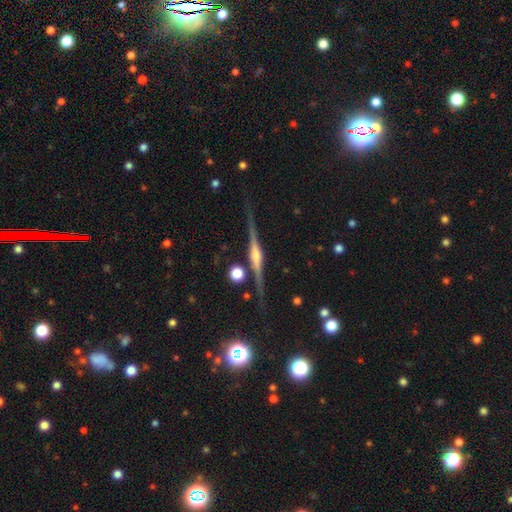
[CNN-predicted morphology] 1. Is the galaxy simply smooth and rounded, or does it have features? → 87% featured or disk, 8% smooth, 6% star or artifact.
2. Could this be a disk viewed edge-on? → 98% yes, 2% no.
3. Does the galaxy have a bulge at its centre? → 82% rounded, 14% boxy, 5% none.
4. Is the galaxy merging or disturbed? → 86% none, 10% minor disturbance, 3% merger, 2% major disturbance.